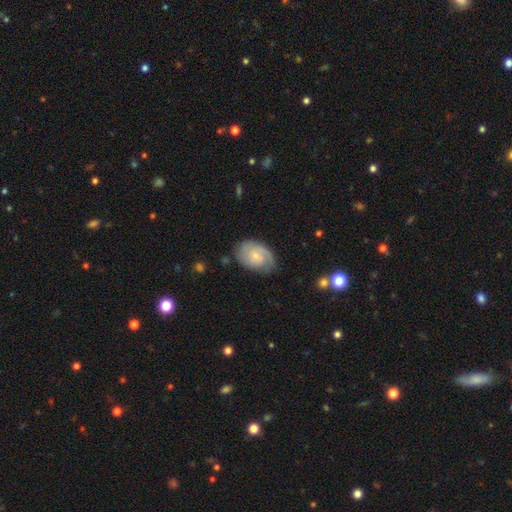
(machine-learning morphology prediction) The model was most divided on "smooth or featured": featured or disk: 53%, smooth: 41%, star or artifact: 6%. More confident: edge-on disk — no (96%); spiral arms — yes (84%); bulge size — small (68%); bar — no (67%); merging — none (67%).